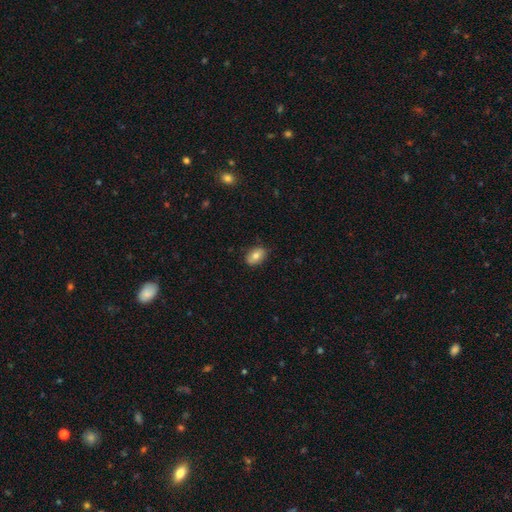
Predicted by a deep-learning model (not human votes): Smooth or featured?
  - smooth: 78% *
  - featured or disk: 14%
  - star or artifact: 8%
How rounded?
  - in between: 85% *
  - round: 14%
  - cigar-shaped: 2%
Merging?
  - none: 82% *
  - minor disturbance: 14%
  - major disturbance: 2%
  - merger: 1%